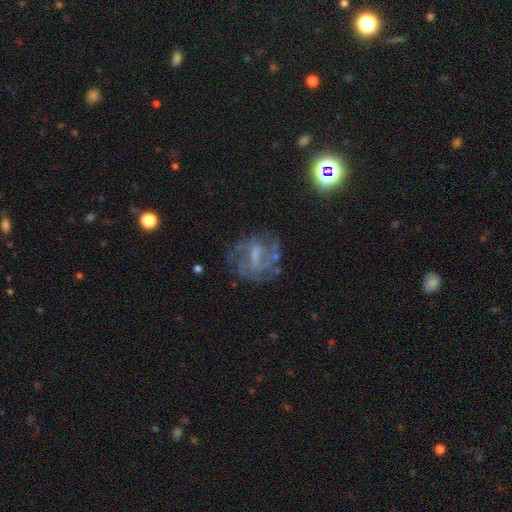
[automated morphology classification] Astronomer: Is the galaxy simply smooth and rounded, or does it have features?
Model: featured or disk — 74%.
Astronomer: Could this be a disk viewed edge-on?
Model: no — 97%.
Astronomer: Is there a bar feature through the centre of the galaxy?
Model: weak — 49% (runner-up: no, 26%).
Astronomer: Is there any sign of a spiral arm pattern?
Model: yes — 80%.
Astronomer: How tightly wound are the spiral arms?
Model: medium — 45% (runner-up: tight, 35%).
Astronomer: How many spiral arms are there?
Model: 2 — 38% (runner-up: can't tell, 34%).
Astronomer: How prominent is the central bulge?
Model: none — 39% (runner-up: small, 29%).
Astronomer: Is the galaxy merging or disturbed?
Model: none — 61%.